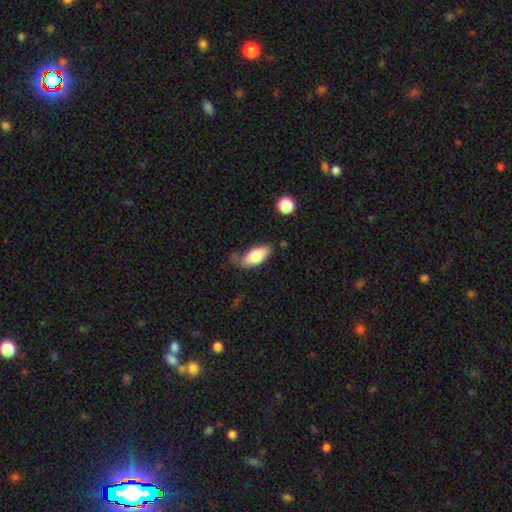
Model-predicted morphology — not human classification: This is likely a smooth galaxy (75%). How rounded: clearly in between (85%). Merging: possibly none (52%).